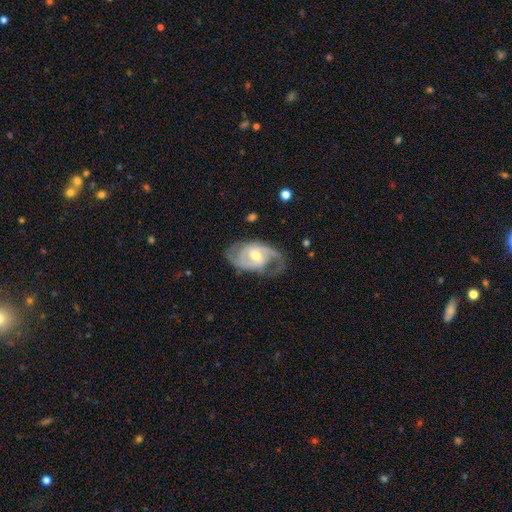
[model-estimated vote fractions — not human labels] Q: Smooth or featured?
A: featured or disk (87%); runner-up: smooth (9%)
Q: Edge-on disk?
A: no (96%); runner-up: yes (4%)
Q: Bar?
A: weak (49%); runner-up: no (37%)
Q: Spiral arms?
A: yes (95%); runner-up: no (5%)
Q: Spiral winding?
A: medium (50%); runner-up: tight (32%)
Q: Spiral arm count?
A: 2 (73%); runner-up: can't tell (10%)
Q: Bulge size?
A: moderate (58%); runner-up: small (37%)
Q: Merging?
A: none (66%); runner-up: minor disturbance (21%)